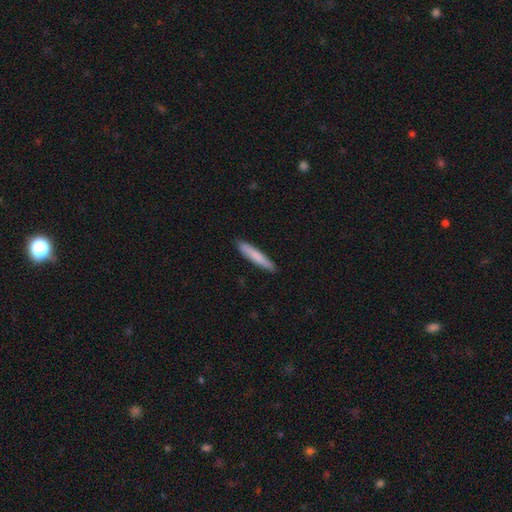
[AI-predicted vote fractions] Smooth or featured? Predicted: smooth (p=0.79). How rounded? Predicted: cigar-shaped (p=0.93). Merging? Predicted: none (p=0.90).